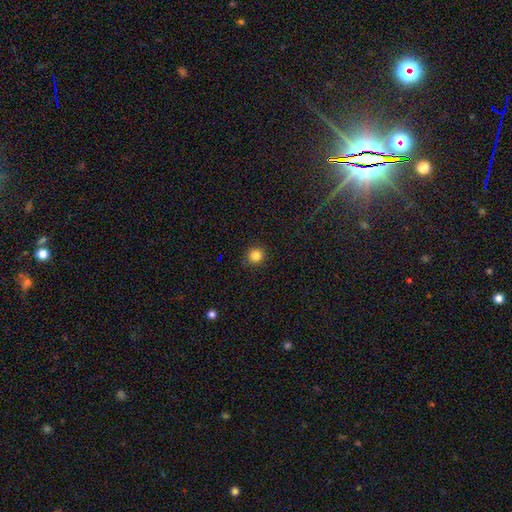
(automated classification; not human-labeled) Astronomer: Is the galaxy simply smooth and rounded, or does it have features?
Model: smooth — 83%.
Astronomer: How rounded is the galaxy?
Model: round — 91%.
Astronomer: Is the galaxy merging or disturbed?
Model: none — 89%.